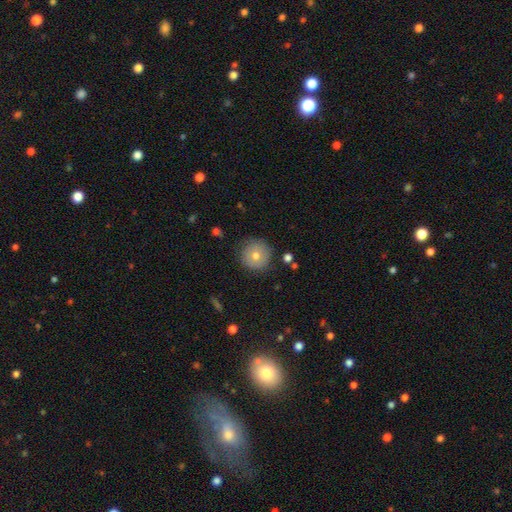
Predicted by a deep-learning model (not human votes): Overall: smooth (70%). How rounded: round (95%). Merging: none (87%).